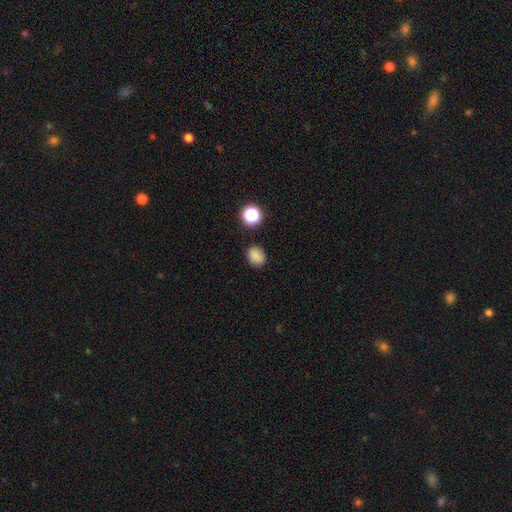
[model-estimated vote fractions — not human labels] smooth_or_featured: smooth (p=0.83) [alt: star or artifact p=0.13]
how_rounded: round (p=0.55) [alt: in between p=0.44]
merging: none (p=0.83) [alt: minor disturbance p=0.11]